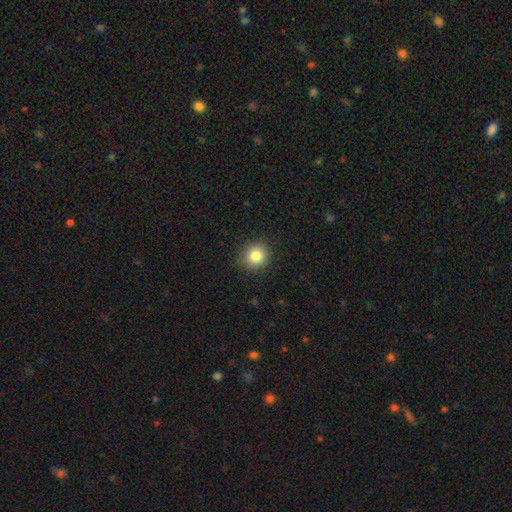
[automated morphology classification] The model was most divided on "smooth or featured": smooth: 84%, star or artifact: 10%, featured or disk: 6%. More confident: merging — none (88%); how rounded — round (87%).